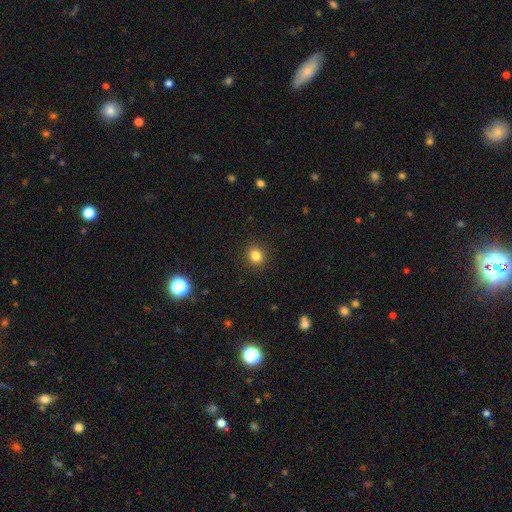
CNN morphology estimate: smooth 83%, star or artifact 12%, featured or disk 5%. Down the decision tree: how rounded — round (78%); merging — none (91%).